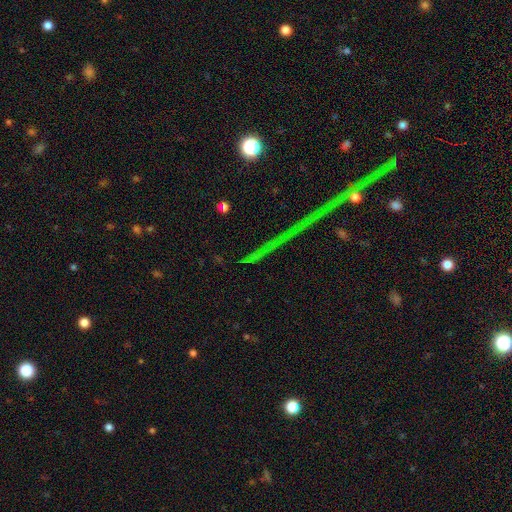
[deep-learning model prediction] Morphology: type=star or artifact (76%).